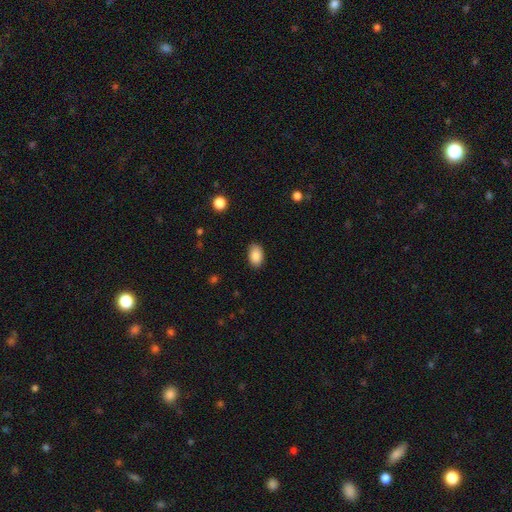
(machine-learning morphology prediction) Smooth or featured: smooth — 87% (star or artifact — 8%)
How rounded: in between — 88% (round — 11%)
Merging: none — 85% (minor disturbance — 11%)